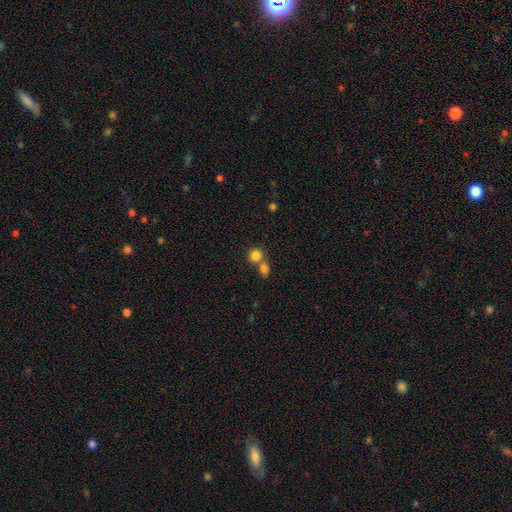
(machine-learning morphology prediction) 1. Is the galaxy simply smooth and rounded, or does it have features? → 83% smooth, 10% star or artifact, 7% featured or disk.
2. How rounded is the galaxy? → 79% round, 20% in between, 1% cigar-shaped.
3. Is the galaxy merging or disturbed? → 47% merger, 44% none, 7% minor disturbance, 3% major disturbance.